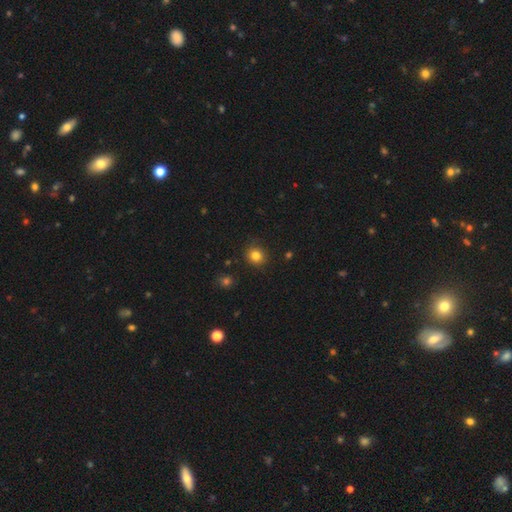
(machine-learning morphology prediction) smooth 82%, star or artifact 13%, featured or disk 6%. Down the decision tree: how rounded — round (86%); merging — none (89%).